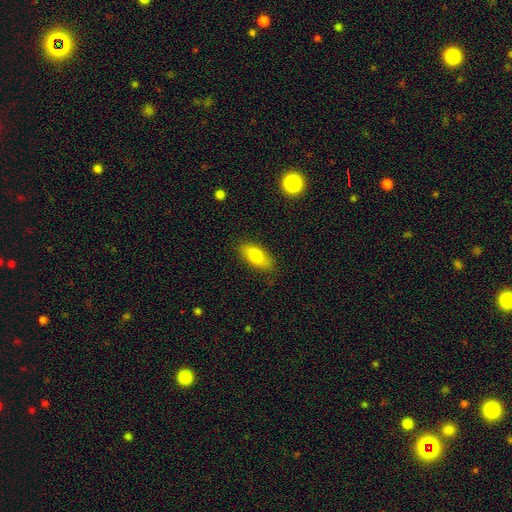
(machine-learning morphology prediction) Q: Smooth or featured?
A: smooth (82%); runner-up: featured or disk (11%)
Q: How rounded?
A: in between (86%); runner-up: cigar-shaped (11%)
Q: Merging?
A: none (84%); runner-up: minor disturbance (12%)